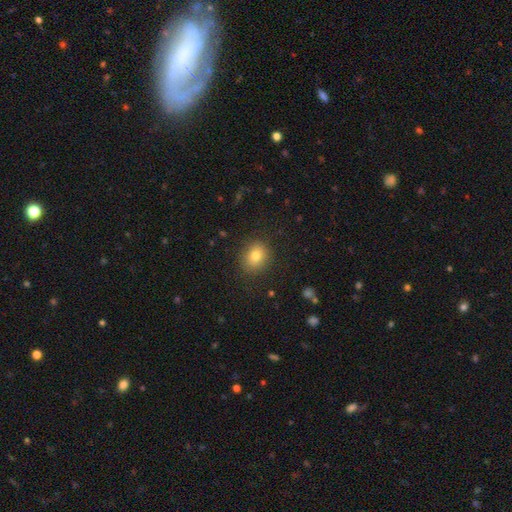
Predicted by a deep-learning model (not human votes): This appears to be a smooth galaxy with no disk features (79%) that is round (66%). Merging: none (87%).